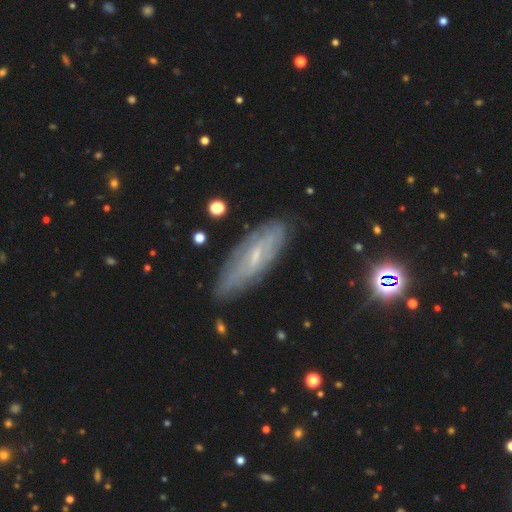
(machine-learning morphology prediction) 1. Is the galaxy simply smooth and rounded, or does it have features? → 60% featured or disk, 31% smooth, 9% star or artifact.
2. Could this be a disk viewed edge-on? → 71% no, 29% yes.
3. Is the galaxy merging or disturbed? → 78% none, 16% minor disturbance, 4% major disturbance, 2% merger.